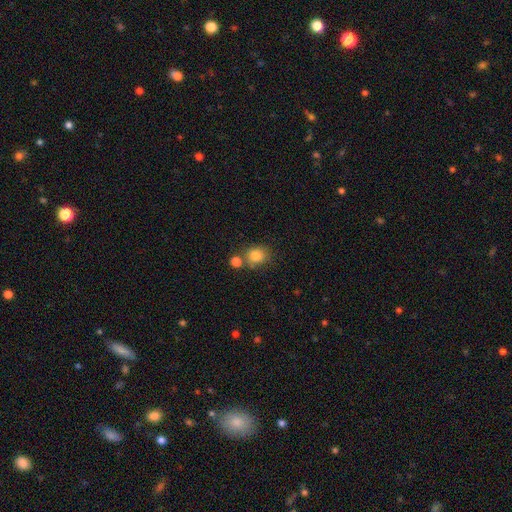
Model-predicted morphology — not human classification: Smooth or featured? smooth (82%)
How rounded? round (72%)
Merging? none (65%)